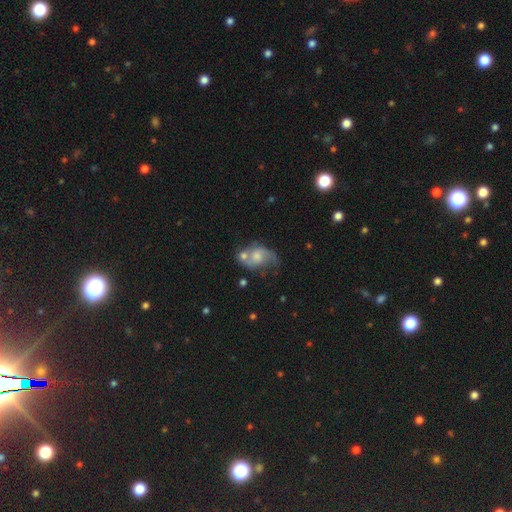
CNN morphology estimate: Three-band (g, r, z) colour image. It shows a featured or disk galaxy (67%) with no bar (65%), 2 (77%) loose (47%) spiral arms (85%) and a moderate central bulge (47%). Merging: none (39%).